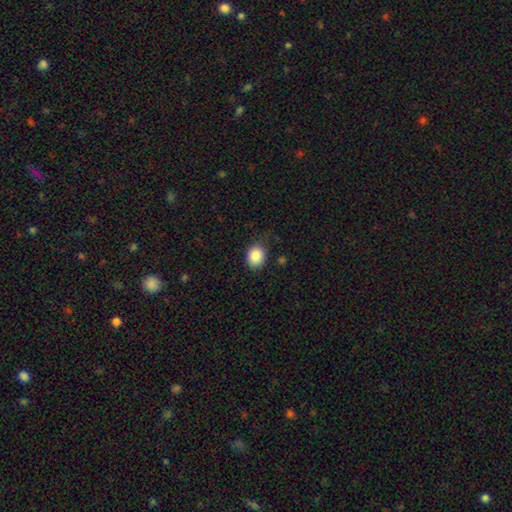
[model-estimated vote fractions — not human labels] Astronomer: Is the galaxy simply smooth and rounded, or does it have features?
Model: smooth — 87%.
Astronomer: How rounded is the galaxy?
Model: round — 60% (runner-up: in between, 39%).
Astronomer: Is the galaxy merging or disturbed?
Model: none — 75%.